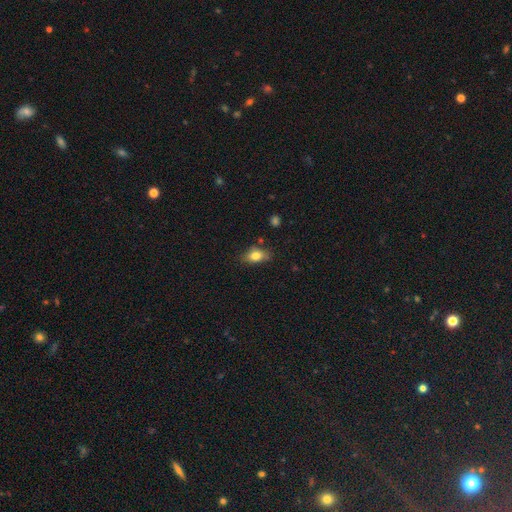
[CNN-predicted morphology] smooth 80%, featured or disk 11%, star or artifact 9%. Down the decision tree: how rounded — in between (80%); merging — none (67%).